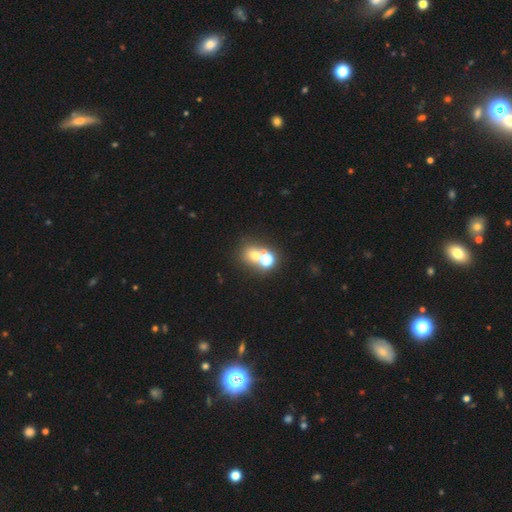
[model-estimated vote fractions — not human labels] smooth-or-featured: smooth: 57% | star or artifact: 27% | featured or disk: 16%
  how-rounded: round: 75% | in between: 24% | cigar-shaped: 1%
  merging: none: 47% | merger: 41% | minor disturbance: 7% | major disturbance: 5%